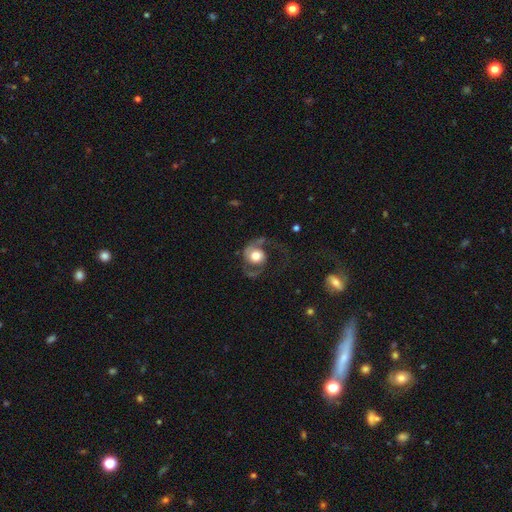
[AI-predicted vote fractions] Overall: featured or disk (66%; smooth 28%). Edge-on disk: no (97%). Bar: no (74%). Spiral arms: yes (85%). Spiral arm count: 2 (66%; 1 27%). Spiral winding: loose (44%; medium 42%). Bulge size: moderate (46%; large 40%). Merging: none (43%; major disturbance 38%).